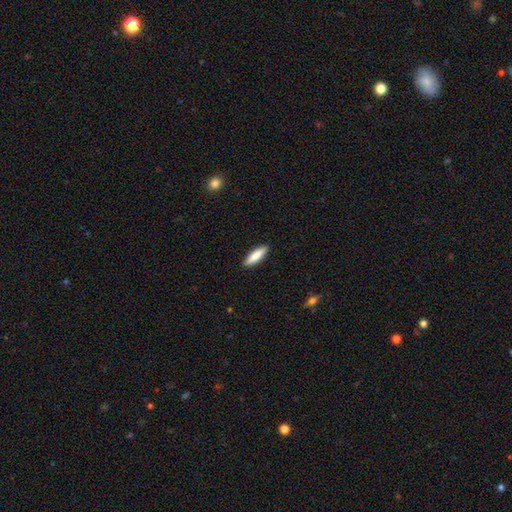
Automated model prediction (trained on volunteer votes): This is clearly a smooth galaxy (82%). How rounded: likely cigar-shaped (66%). Merging: clearly none (90%).